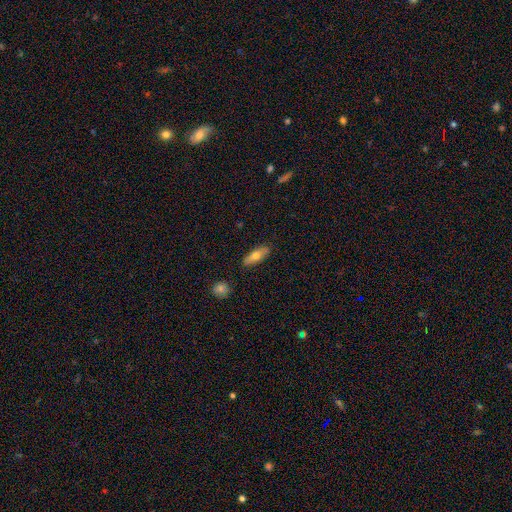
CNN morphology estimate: Smooth or featured? smooth (67%)
How rounded? in between (62%)
Merging? none (87%)